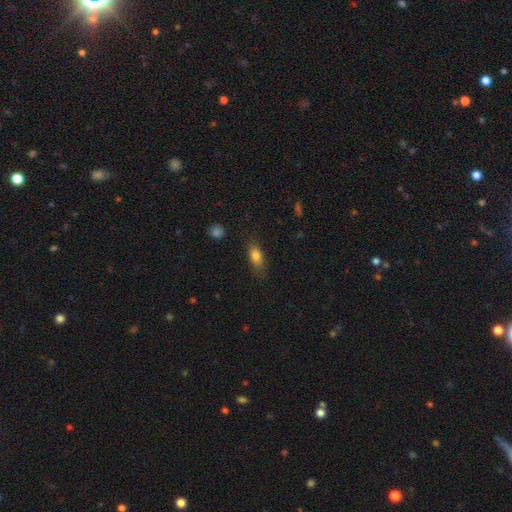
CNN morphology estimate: This appears to be a smooth galaxy with no disk features (81%) that is in between round and cigar-shaped (81%). Merging: none (76%).